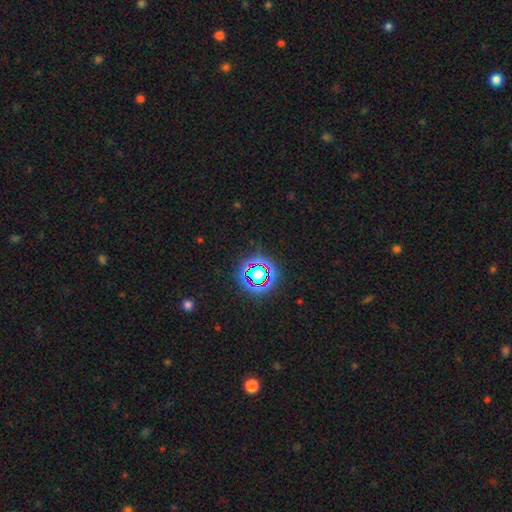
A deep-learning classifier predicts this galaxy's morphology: The model was most divided on "smooth or featured": star or artifact: 77%, smooth: 14%, featured or disk: 9%.